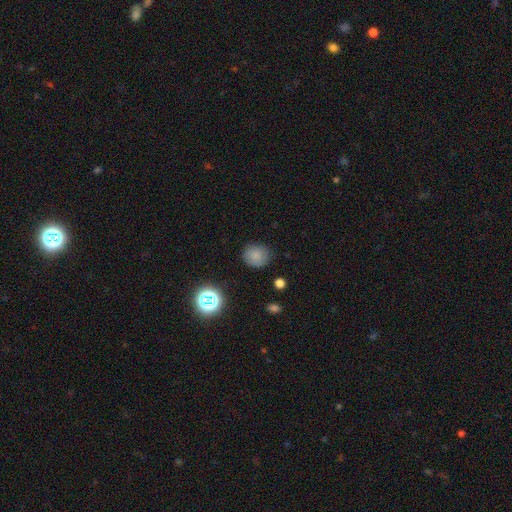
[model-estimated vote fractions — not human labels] This appears to be a smooth galaxy with no disk features (79%) that is round (82%). Merging: none (84%).